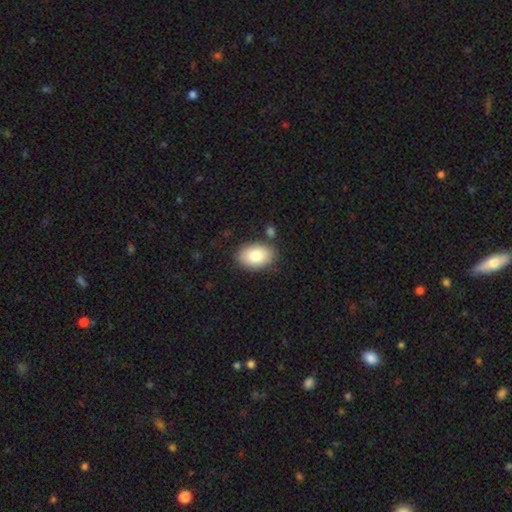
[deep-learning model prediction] This appears to be a smooth galaxy with no disk features (83%) that is in between round and cigar-shaped (87%). Merging: none (81%).